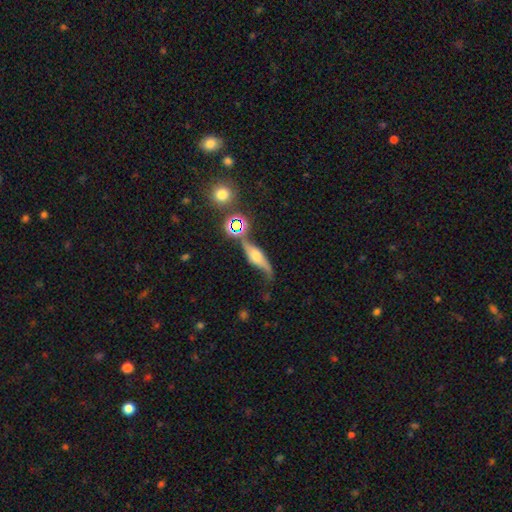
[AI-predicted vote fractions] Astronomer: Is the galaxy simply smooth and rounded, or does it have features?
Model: featured or disk — 64%.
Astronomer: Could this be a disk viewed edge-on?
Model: yes — 51% (runner-up: no, 49%).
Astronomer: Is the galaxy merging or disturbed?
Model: none — 54%.